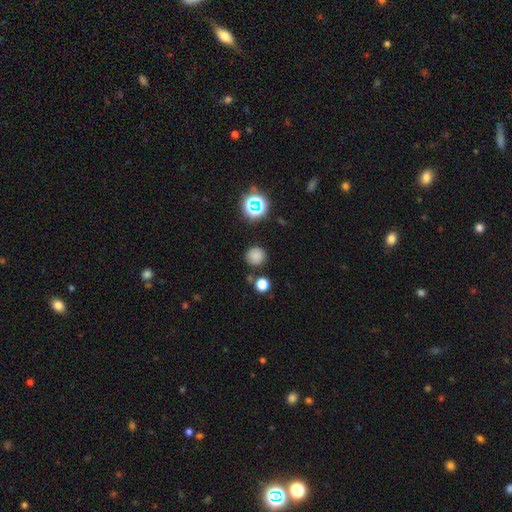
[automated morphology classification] smooth_or_featured: smooth (p=0.77) [alt: star or artifact p=0.17]
how_rounded: round (p=0.93) [alt: in between p=0.06]
merging: none (p=0.83) [alt: minor disturbance p=0.09]